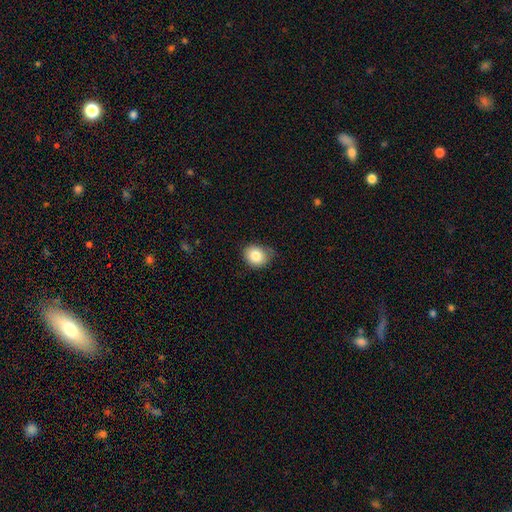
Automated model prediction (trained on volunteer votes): Q: Smooth or featured?
A: smooth (83%); runner-up: star or artifact (9%)
Q: How rounded?
A: round (65%); runner-up: in between (34%)
Q: Merging?
A: none (69%); runner-up: minor disturbance (25%)